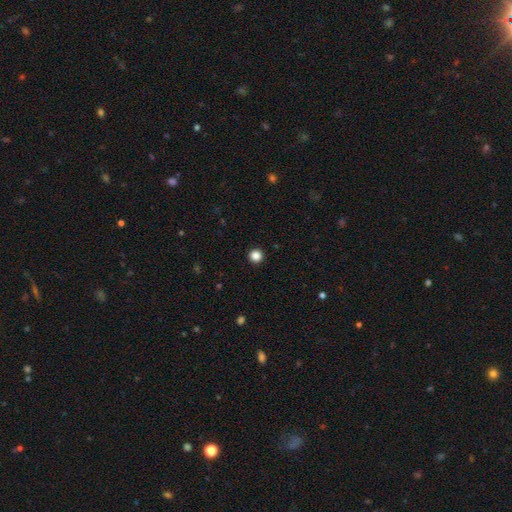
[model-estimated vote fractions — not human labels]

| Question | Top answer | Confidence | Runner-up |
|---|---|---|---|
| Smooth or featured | smooth | 86% | star or artifact (11%) |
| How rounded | round | 96% | in between (3%) |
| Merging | none | 94% | minor disturbance (4%) |